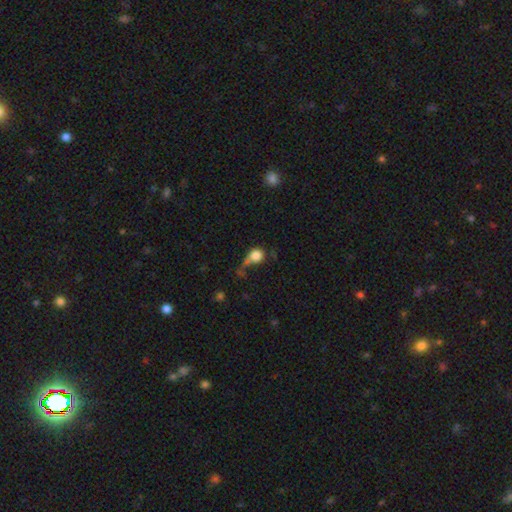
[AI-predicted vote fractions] Smooth or featured: smooth — 77% (featured or disk — 12%)
How rounded: round — 81% (in between — 18%)
Merging: none — 33% (major disturbance — 28%)